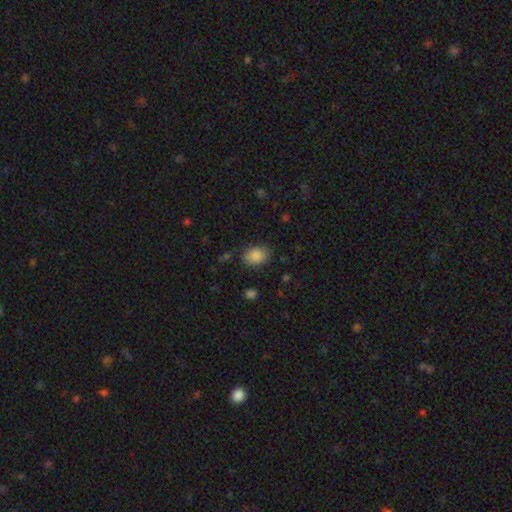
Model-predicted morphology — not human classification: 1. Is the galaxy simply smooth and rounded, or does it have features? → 87% smooth, 8% star or artifact, 4% featured or disk.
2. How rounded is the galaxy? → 68% in between, 31% round, 1% cigar-shaped.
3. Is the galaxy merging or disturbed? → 81% none, 13% minor disturbance, 4% major disturbance, 1% merger.